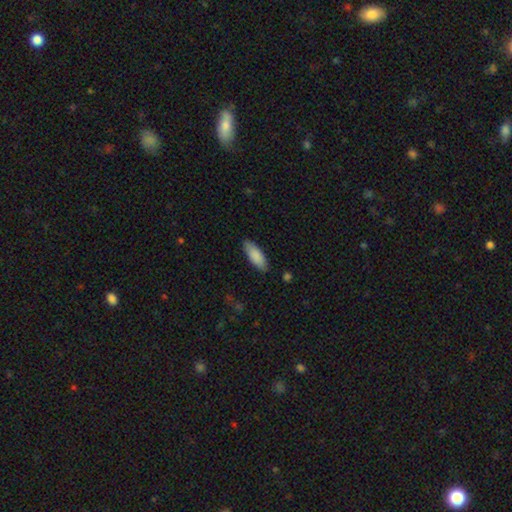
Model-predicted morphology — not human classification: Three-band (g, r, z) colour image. It shows a smooth galaxy with no disk features (87%) that is in between round and cigar-shaped (69%). Merging: none (85%).